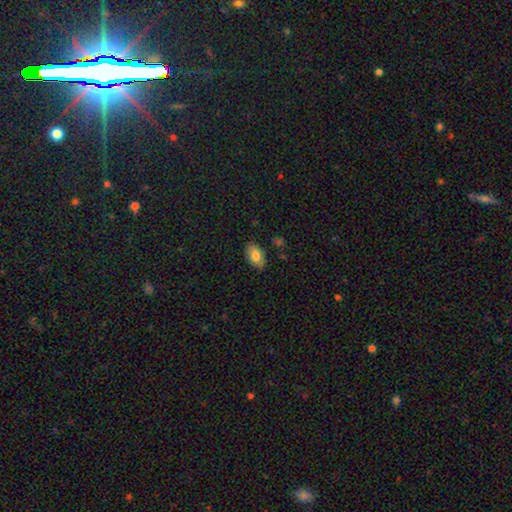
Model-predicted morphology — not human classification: type=smooth (78%); roundness=in between (92%); merging=none (83%).